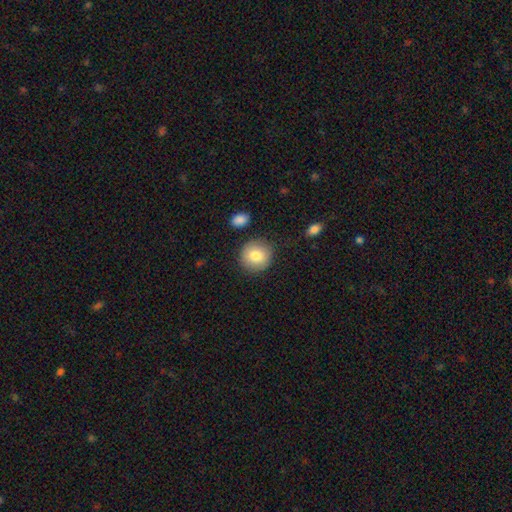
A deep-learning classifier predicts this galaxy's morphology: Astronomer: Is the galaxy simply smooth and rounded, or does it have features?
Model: smooth — 82%.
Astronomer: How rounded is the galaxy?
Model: round — 91%.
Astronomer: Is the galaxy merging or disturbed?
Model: none — 85%.